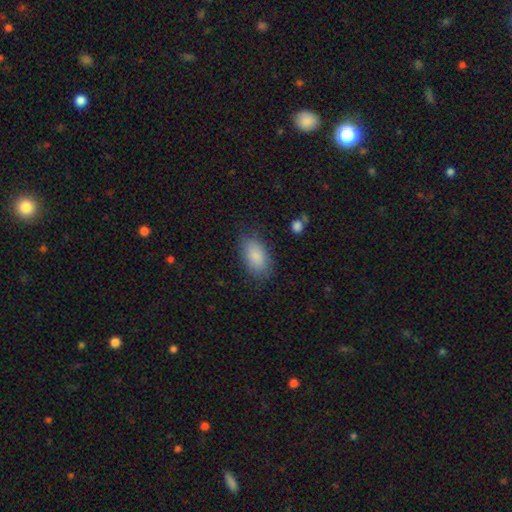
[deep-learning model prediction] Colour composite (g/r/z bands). It shows a smooth galaxy with no disk features (87%) that is in between round and cigar-shaped (93%). Merging: none (79%).